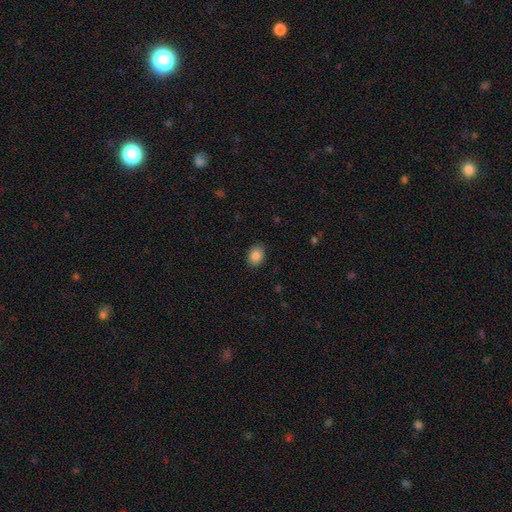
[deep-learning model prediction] smooth 87%, star or artifact 8%, featured or disk 5%. Down the decision tree: how rounded — in between (70%); merging — none (88%).